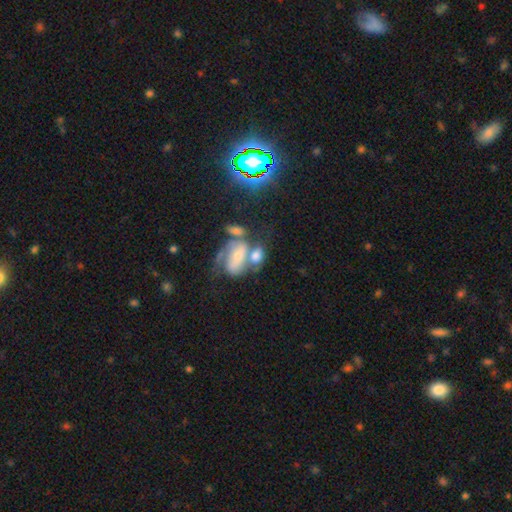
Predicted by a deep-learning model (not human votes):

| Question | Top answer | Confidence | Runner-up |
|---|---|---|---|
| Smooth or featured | featured or disk | 46% | smooth (44%) |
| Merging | merger | 54% | none (21%) |